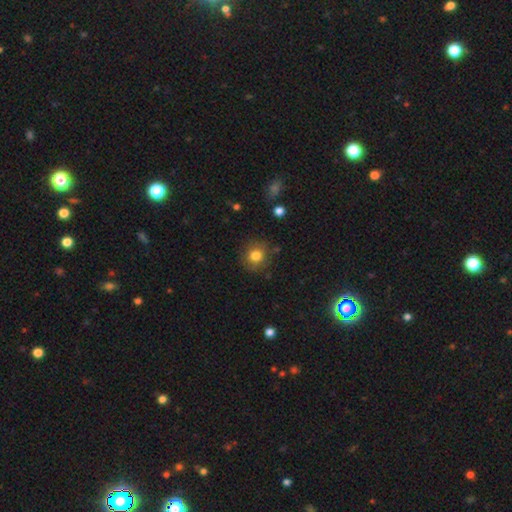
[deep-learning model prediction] Q: Smooth or featured?
A: smooth (80%); runner-up: star or artifact (10%)
Q: How rounded?
A: round (89%); runner-up: in between (10%)
Q: Merging?
A: none (84%); runner-up: minor disturbance (11%)